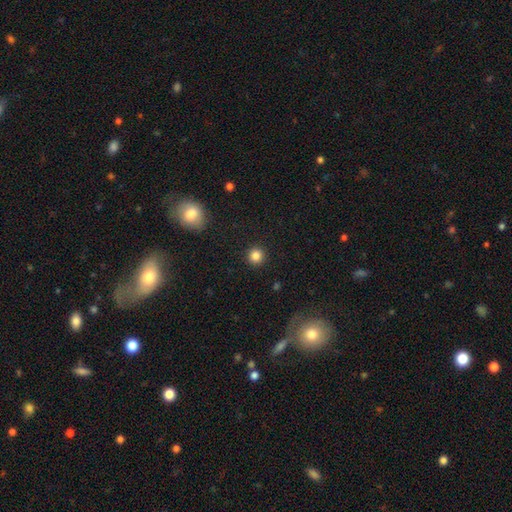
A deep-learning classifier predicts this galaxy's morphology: Smooth or featured: smooth — 84% (star or artifact — 12%)
How rounded: round — 95% (in between — 4%)
Merging: none — 93% (minor disturbance — 5%)